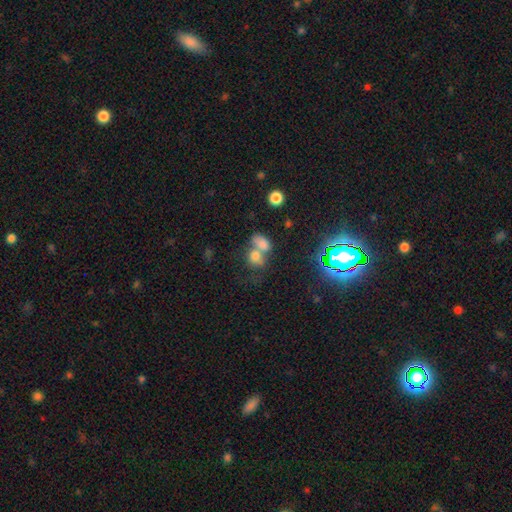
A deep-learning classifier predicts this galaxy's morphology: Q: Smooth or featured?
A: smooth (70%); runner-up: star or artifact (16%)
Q: How rounded?
A: in between (55%); runner-up: round (44%)
Q: Merging?
A: merger (66%); runner-up: none (21%)